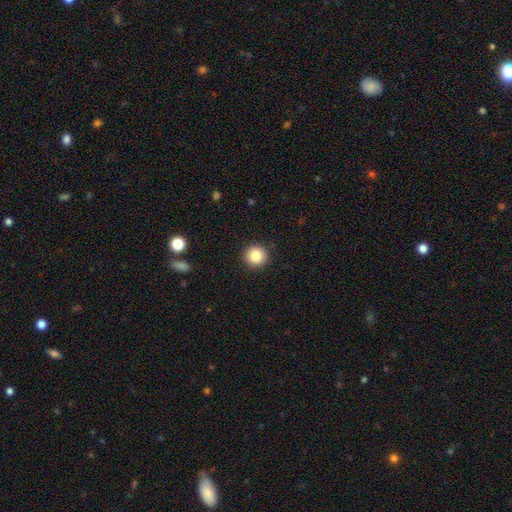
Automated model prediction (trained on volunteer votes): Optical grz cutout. It shows a smooth galaxy with no disk features (85%) that is round (95%). Merging: none (92%).